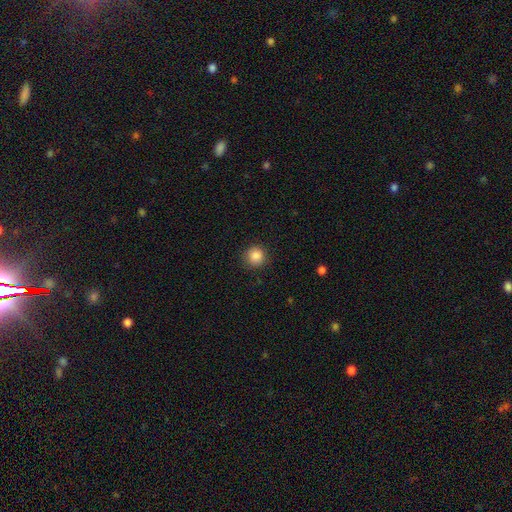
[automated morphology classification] The model was most divided on "smooth or featured": smooth: 86%, star or artifact: 10%, featured or disk: 4%. More confident: how rounded — round (94%); merging — none (89%).